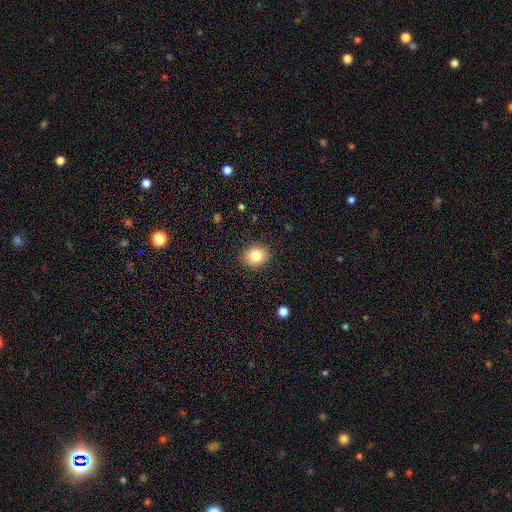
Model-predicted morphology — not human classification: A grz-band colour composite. It shows a smooth galaxy with no disk features (83%) that is round (58%). Merging: none (89%).